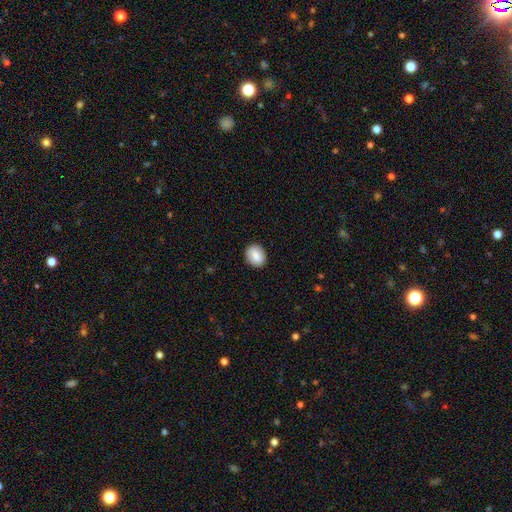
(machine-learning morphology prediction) This is likely a smooth galaxy (79%). How rounded: possibly round (52%). Merging: clearly none (89%).